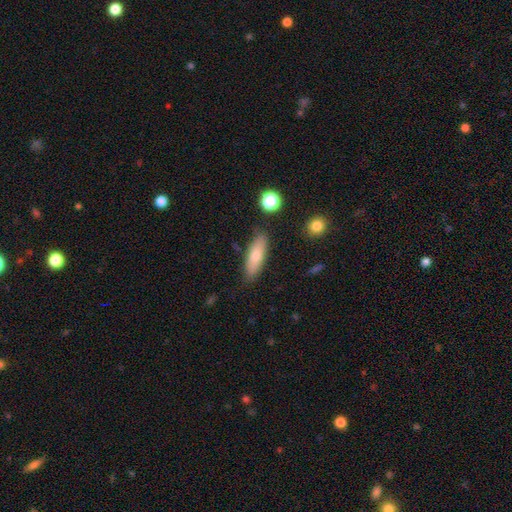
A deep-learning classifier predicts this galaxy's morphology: smooth-or-featured: smooth: 73% | featured or disk: 19% | star or artifact: 7%
  how-rounded: cigar-shaped: 49% | in between: 48% | round: 3%
  merging: none: 83% | minor disturbance: 12% | merger: 3% | major disturbance: 3%